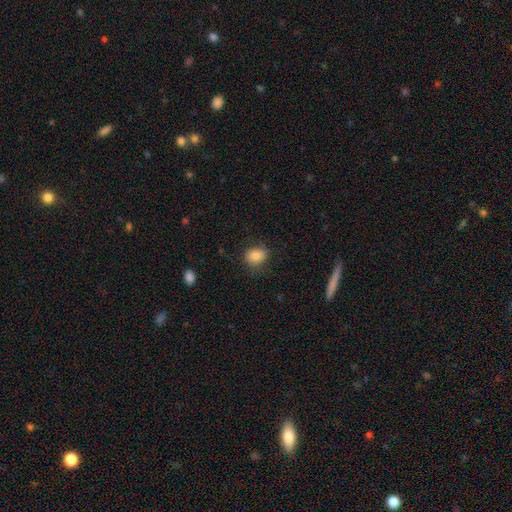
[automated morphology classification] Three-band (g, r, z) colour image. It shows a smooth galaxy with no disk features (83%) that is round (60%). Merging: none (78%).